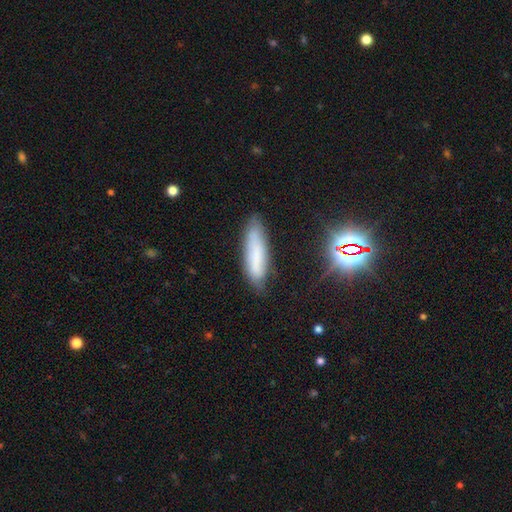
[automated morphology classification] Smooth or featured?
  - smooth: 63% *
  - featured or disk: 23%
  - star or artifact: 15%
How rounded?
  - cigar-shaped: 70% *
  - in between: 28%
  - round: 2%
Merging?
  - none: 76% *
  - minor disturbance: 18%
  - major disturbance: 4%
  - merger: 2%